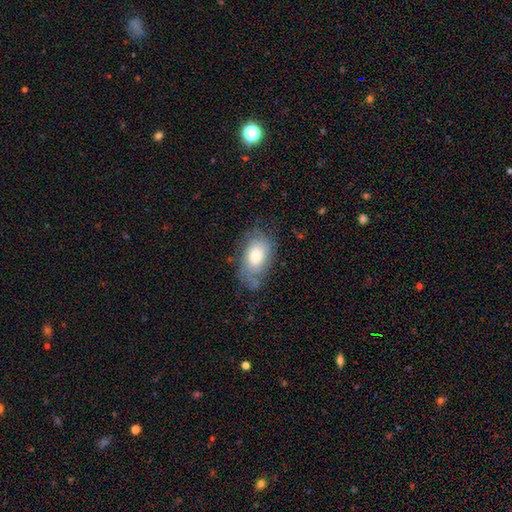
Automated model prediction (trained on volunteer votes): Morphology: type=featured or disk (51%); edge-on=no (93%); merging=none (61%).